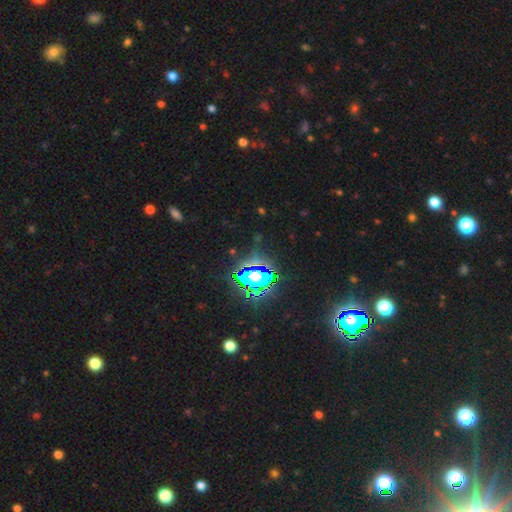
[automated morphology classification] A star or artifact, not a galaxy (80%).